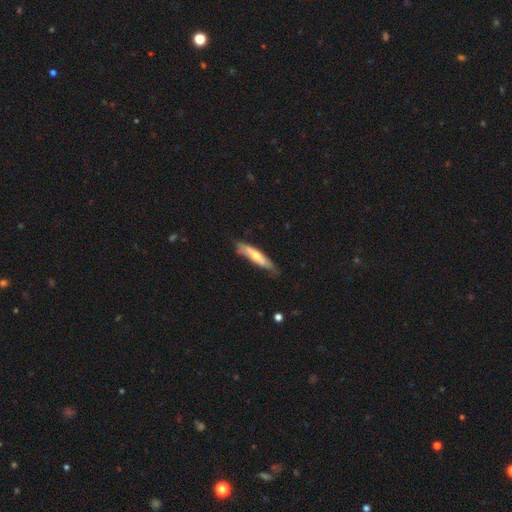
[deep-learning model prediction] A smooth galaxy with no disk features (51%) that is cigar-shaped (80%).

Vote fractions:
- Smooth or featured? smooth: 51% / featured or disk: 44% / star or artifact: 5%
- How rounded? cigar-shaped: 80% / in between: 19% / round: 1%
- Merging? none: 68% / minor disturbance: 25% / major disturbance: 5% / merger: 2%